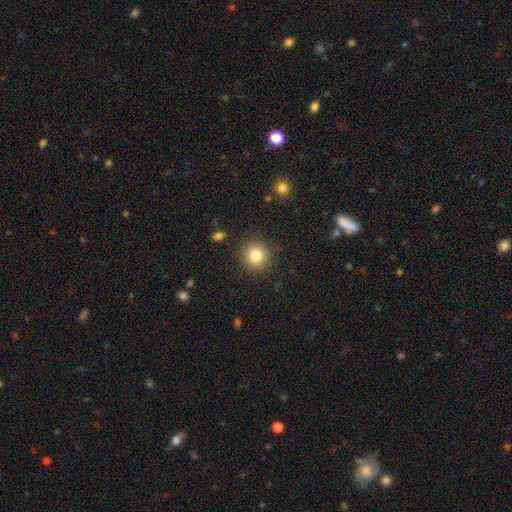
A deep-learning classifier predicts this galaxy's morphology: type=smooth (82%); roundness=round (92%); merging=none (89%).